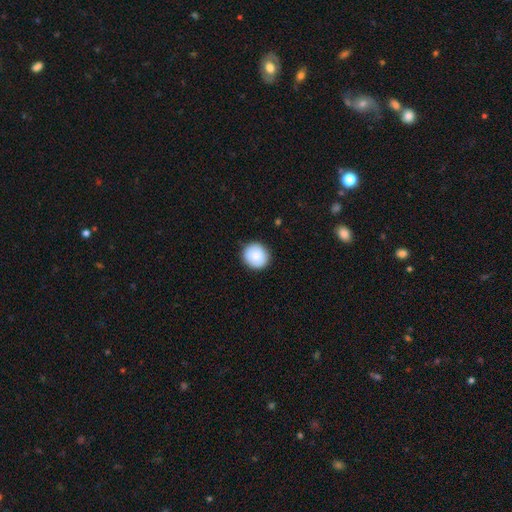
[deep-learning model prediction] A smooth galaxy with no disk features (84%) that is round (89%).

Vote fractions:
- Smooth or featured? smooth: 84% / featured or disk: 9% / star or artifact: 7%
- How rounded? round: 89% / in between: 10% / cigar-shaped: 1%
- Merging? none: 89% / minor disturbance: 8% / major disturbance: 2% / merger: 1%